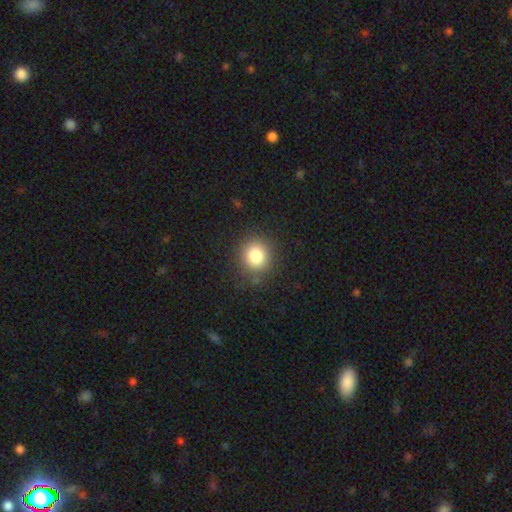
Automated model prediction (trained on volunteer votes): Smooth or featured: smooth — 81% (star or artifact — 11%)
How rounded: round — 86% (in between — 13%)
Merging: none — 84% (minor disturbance — 11%)